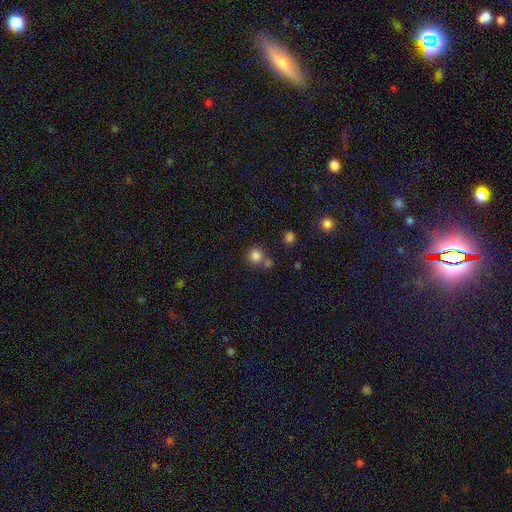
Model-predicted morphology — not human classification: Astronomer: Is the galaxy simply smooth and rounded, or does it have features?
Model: smooth — 82%.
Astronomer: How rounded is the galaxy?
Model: round — 91%.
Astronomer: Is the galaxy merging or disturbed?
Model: none — 65%.